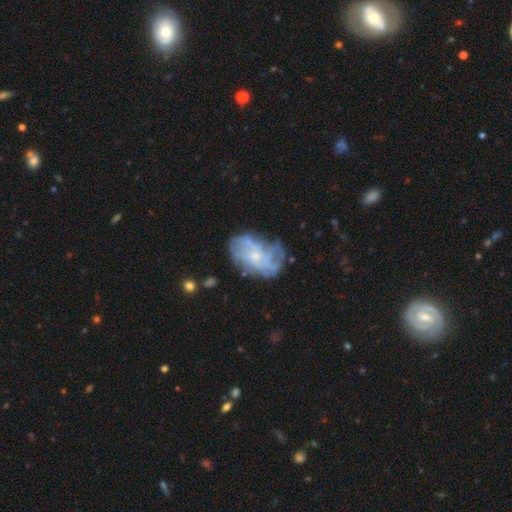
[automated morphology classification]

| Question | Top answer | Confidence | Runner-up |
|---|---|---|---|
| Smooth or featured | featured or disk | 74% | smooth (17%) |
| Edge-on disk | no | 97% | yes (3%) |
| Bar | no | 68% | weak (28%) |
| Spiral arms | yes | 80% | no (20%) |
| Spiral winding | medium | 37% | tight (36%) |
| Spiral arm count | can't tell | 48% | 4 (15%) |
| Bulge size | small | 70% | moderate (19%) |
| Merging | none | 57% | minor disturbance (23%) |